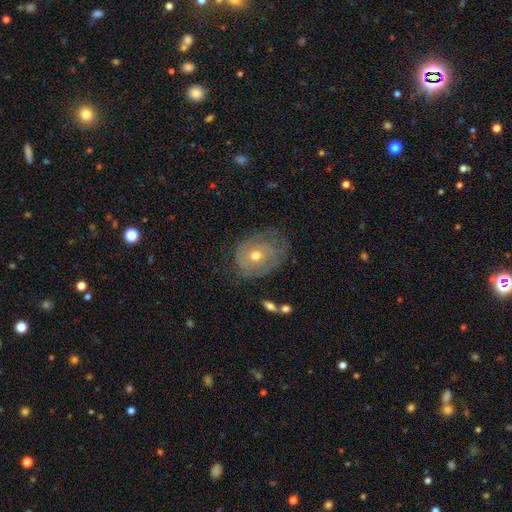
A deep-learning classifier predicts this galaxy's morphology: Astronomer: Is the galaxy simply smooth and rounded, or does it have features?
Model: featured or disk — 59%.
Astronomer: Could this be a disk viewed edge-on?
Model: no — 95%.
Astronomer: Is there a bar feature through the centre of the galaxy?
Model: no — 85%.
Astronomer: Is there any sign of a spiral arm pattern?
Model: yes — 64%.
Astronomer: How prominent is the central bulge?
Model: moderate — 68%.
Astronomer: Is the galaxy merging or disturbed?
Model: none — 52% (runner-up: minor disturbance, 28%).